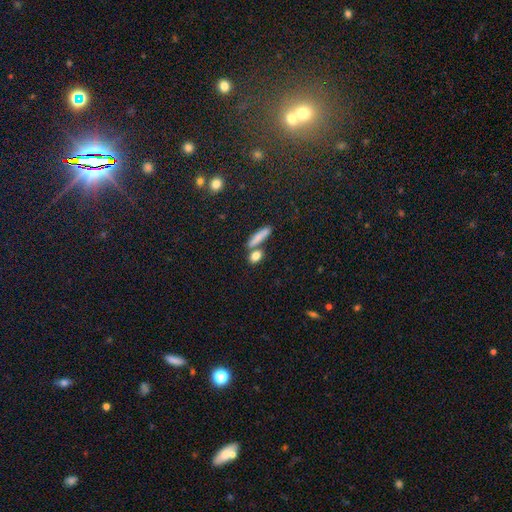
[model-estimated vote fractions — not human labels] A smooth galaxy with no disk features (80%) that is in between round and cigar-shaped (46%). Merging: none (61%).